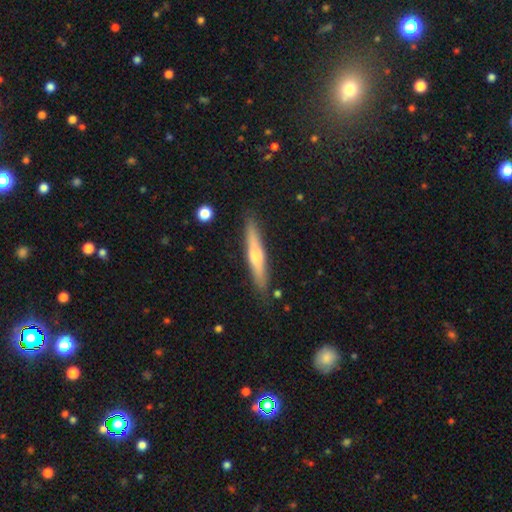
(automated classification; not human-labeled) Morphology: type=featured or disk (49%); merging=none (86%).